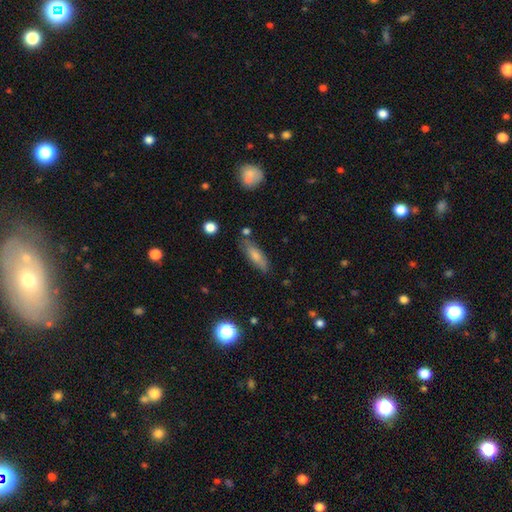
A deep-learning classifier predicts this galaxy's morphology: A smooth galaxy with no disk features (72%) that is in between round and cigar-shaped (51%). Merging: none (75%).